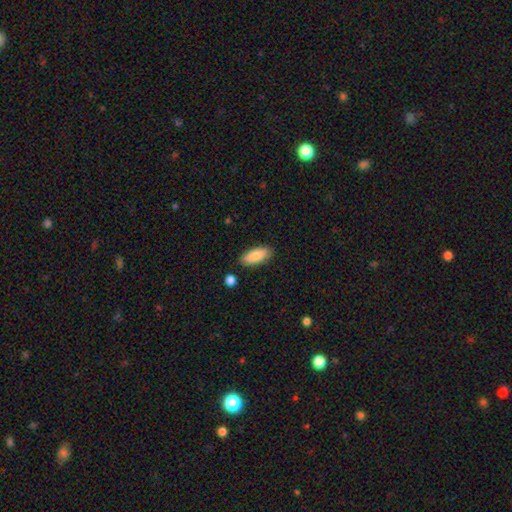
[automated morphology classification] Overall: smooth (84%). How rounded: in between (82%). Merging: none (85%).